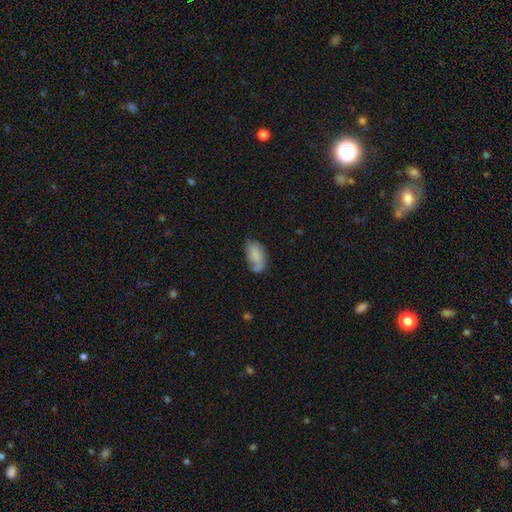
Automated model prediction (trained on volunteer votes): smooth-or-featured: smooth: 76% | featured or disk: 16% | star or artifact: 8%
  how-rounded: in between: 93% | round: 5% | cigar-shaped: 3%
  merging: none: 48% | minor disturbance: 32% | major disturbance: 11% | merger: 9%